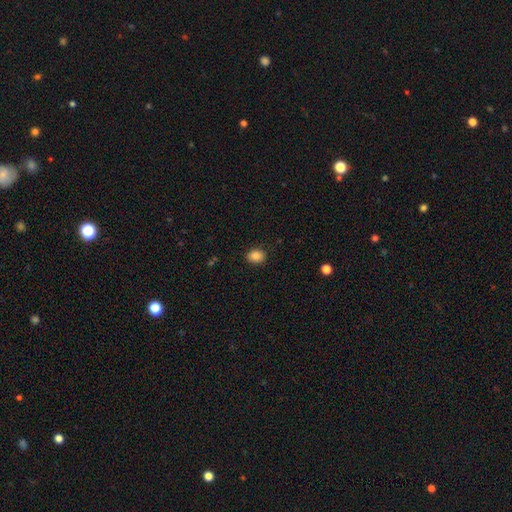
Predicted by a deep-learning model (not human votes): Smooth or featured? smooth (86%)
How rounded? in between (53%)
Merging? none (88%)